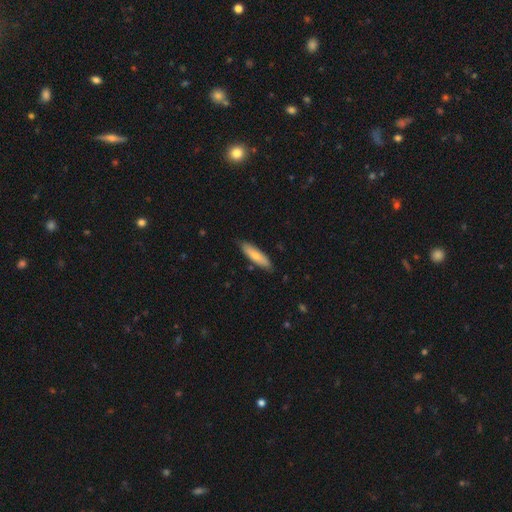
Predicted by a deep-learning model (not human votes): The model was most divided on "how rounded": cigar-shaped: 62%, in between: 36%, round: 2%. More confident: merging — none (84%); smooth or featured — smooth (73%).